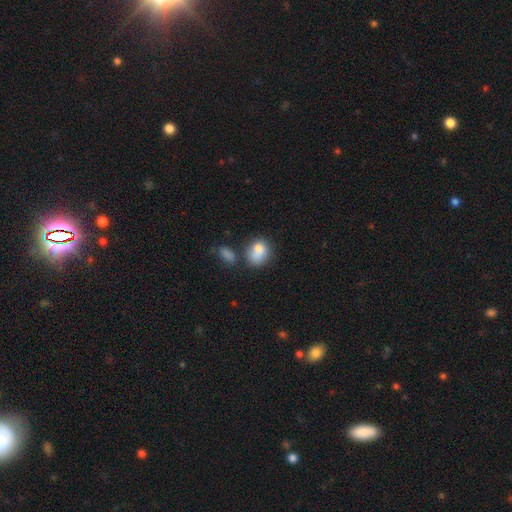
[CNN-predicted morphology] The model was most divided on "how rounded": in between: 54%, round: 45%, cigar-shaped: 2%. Remaining: smooth or featured — smooth (80%); merging — none (44%).